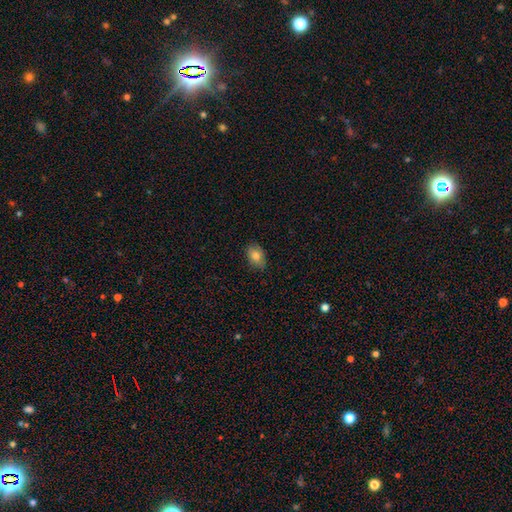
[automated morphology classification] Smooth or featured?
  - smooth: 82% *
  - featured or disk: 10%
  - star or artifact: 8%
How rounded?
  - in between: 85% *
  - round: 13%
  - cigar-shaped: 1%
Merging?
  - none: 83% *
  - minor disturbance: 14%
  - major disturbance: 2%
  - merger: 1%